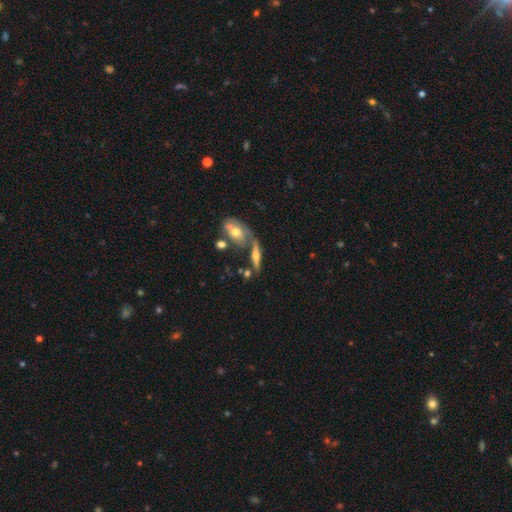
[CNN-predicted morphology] A featured or disk galaxy (60%) viewed edge-on (86%) with a rounded central bulge (89%). Merging: none (49%).